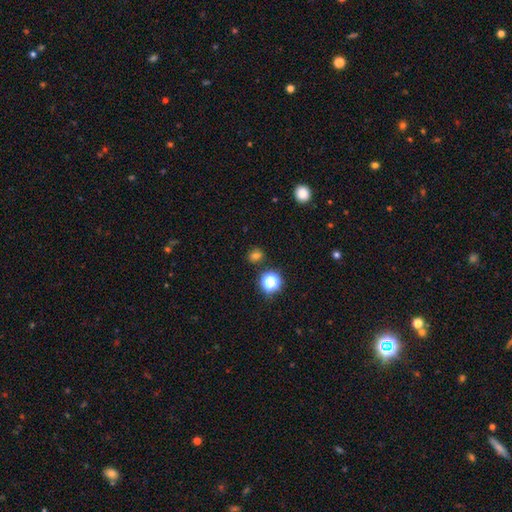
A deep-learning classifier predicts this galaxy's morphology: Smooth or featured: smooth — 69% (star or artifact — 25%)
How rounded: round — 74% (in between — 25%)
Merging: none — 83% (minor disturbance — 10%)